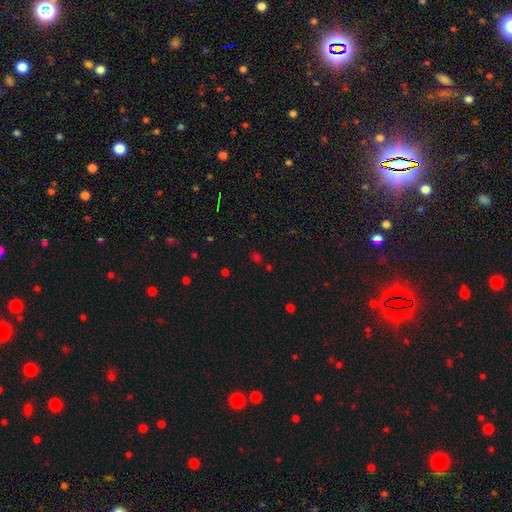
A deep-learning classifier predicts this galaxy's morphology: This is possibly a smooth galaxy (47%). Merging: likely none (72%).